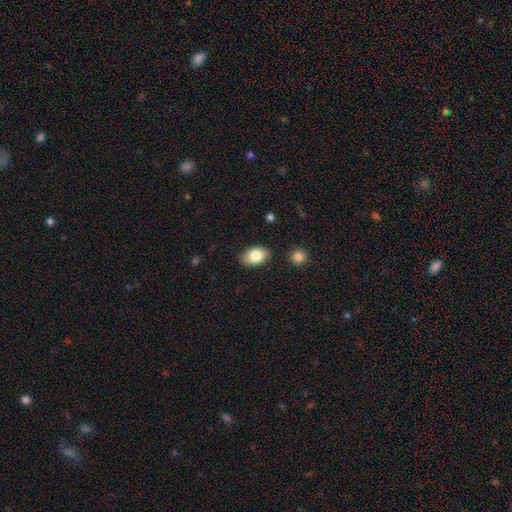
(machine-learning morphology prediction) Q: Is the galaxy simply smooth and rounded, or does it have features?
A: smooth — 81%.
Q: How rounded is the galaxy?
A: in between — 90%.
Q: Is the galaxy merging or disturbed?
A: none — 85%.